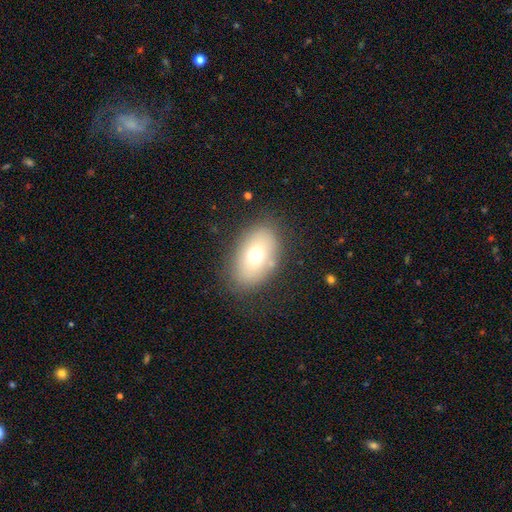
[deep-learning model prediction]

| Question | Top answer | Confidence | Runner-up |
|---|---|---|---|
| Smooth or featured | smooth | 69% | featured or disk (19%) |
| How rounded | in between | 85% | round (14%) |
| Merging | none | 80% | minor disturbance (13%) |